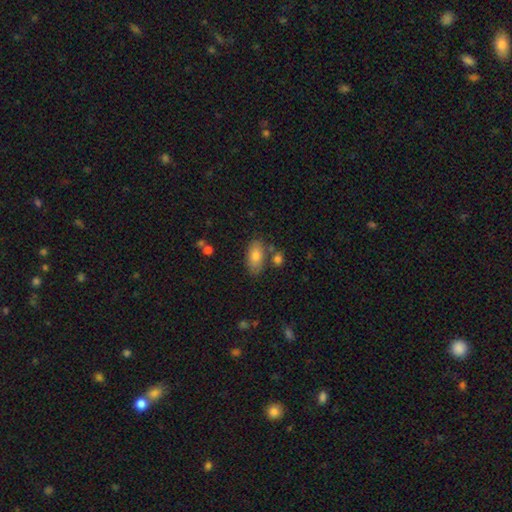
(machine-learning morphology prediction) Smooth or featured: smooth — 80% (featured or disk — 13%)
How rounded: in between — 91% (round — 5%)
Merging: none — 70% (minor disturbance — 16%)